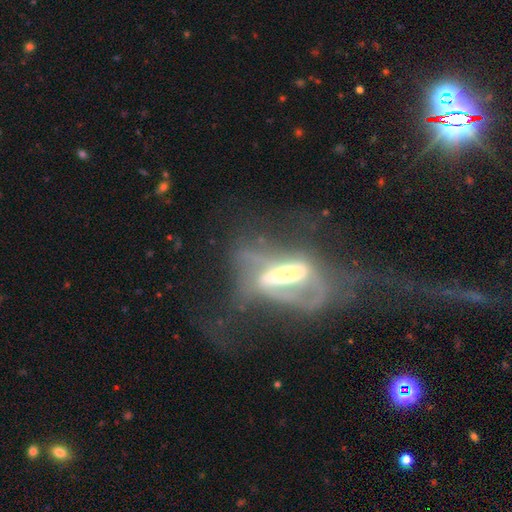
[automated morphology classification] smooth-or-featured: featured or disk: 76% | smooth: 15% | star or artifact: 9%
  disk-edge-on: no: 80% | yes: 20%
    bar: strong: 44% | no: 29% | weak: 26%
    has-spiral-arms: yes: 54% | no: 46%
    bulge-size: moderate: 57% | small: 24% | large: 14% | none: 3% | dominant: 3%
  merging: major disturbance: 52% | none: 21% | merger: 15% | minor disturbance: 12%